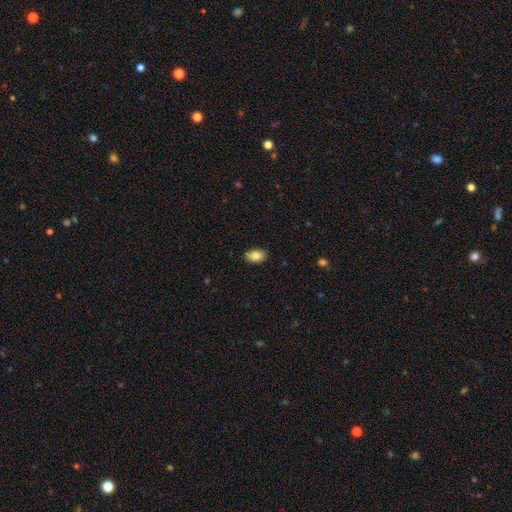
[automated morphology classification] A smooth galaxy with no disk features (82%) that is in between round and cigar-shaped (88%).

Vote fractions:
- Smooth or featured? smooth: 82% / featured or disk: 10% / star or artifact: 8%
- How rounded? in between: 88% / round: 10% / cigar-shaped: 2%
- Merging? none: 88% / minor disturbance: 9% / major disturbance: 2% / merger: 1%